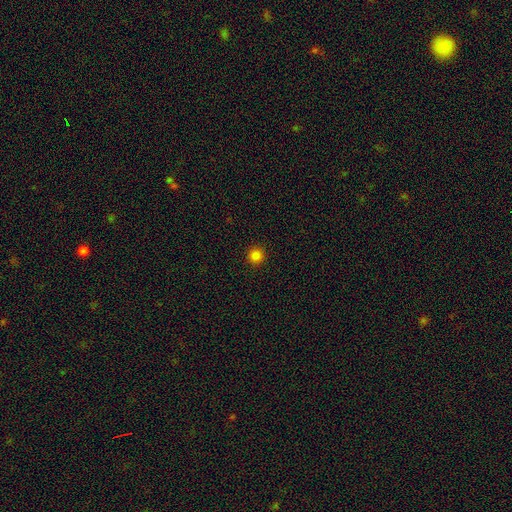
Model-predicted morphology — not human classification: Smooth or featured? smooth (83%)
How rounded? round (95%)
Merging? none (93%)